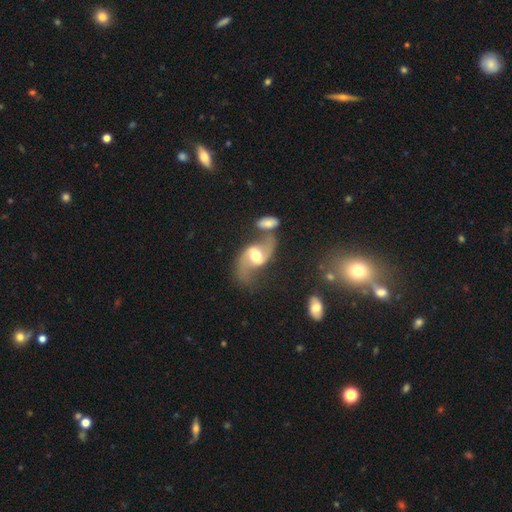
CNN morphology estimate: The model was most divided on "bar": weak: 44%, no: 28%, strong: 28%. Remaining: edge-on disk — no (96%); spiral arms — yes (93%); spiral arm count — 2 (92%); smooth or featured — featured or disk (84%); bulge size — moderate (67%); spiral winding — loose (66%); merging — none (49%).